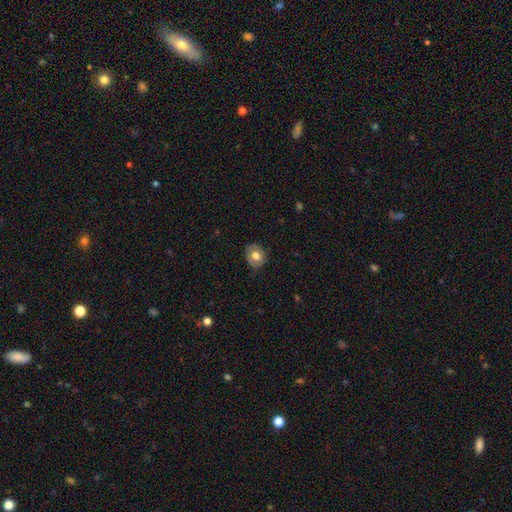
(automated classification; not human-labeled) Smooth or featured: smooth — 69% (featured or disk — 23%)
How rounded: round — 63% (in between — 37%)
Merging: none — 79% (minor disturbance — 16%)